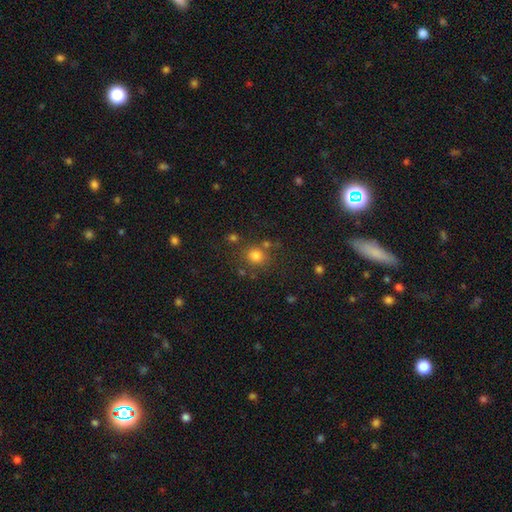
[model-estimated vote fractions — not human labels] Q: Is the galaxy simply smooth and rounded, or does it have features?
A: smooth — 78%.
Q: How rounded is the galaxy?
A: round — 85%.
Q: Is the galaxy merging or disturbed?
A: none — 72%.